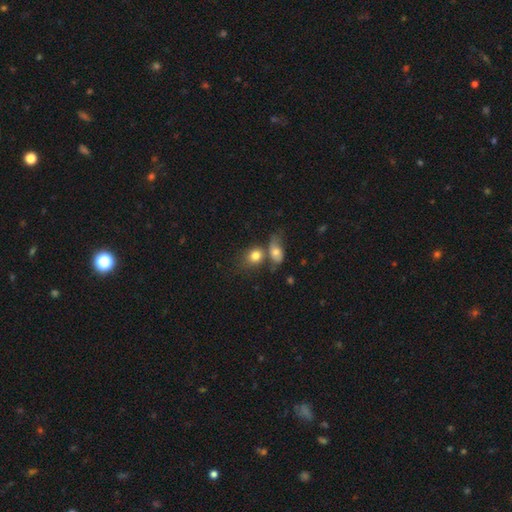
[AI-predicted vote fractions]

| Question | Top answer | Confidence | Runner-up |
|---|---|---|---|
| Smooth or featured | smooth | 79% | featured or disk (12%) |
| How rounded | in between | 49% | tied: round (49%) |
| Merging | merger | 44% | none (37%) |